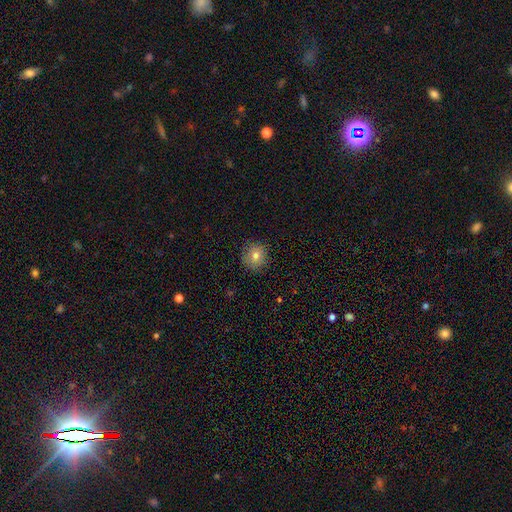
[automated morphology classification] smooth_or_featured: smooth (p=0.76) [alt: featured or disk p=0.13]
how_rounded: round (p=0.90) [alt: in between p=0.09]
merging: none (p=0.86) [alt: minor disturbance p=0.10]